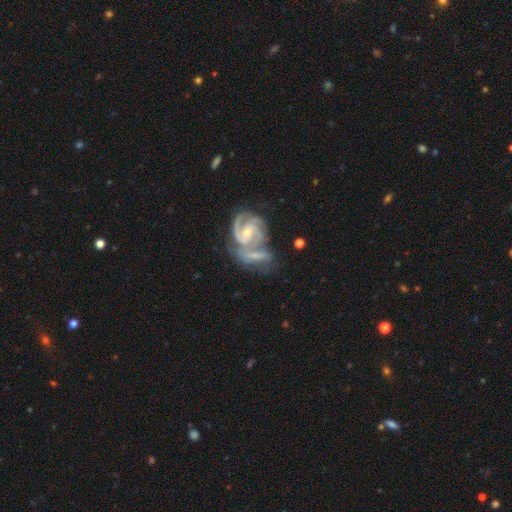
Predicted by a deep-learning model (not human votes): A featured or disk galaxy (81%) with no bar (42%), 2 (62%) medium (45%, tied with tight) spiral arms (94%) and a small central bulge (58%). Merging: merger (57%).